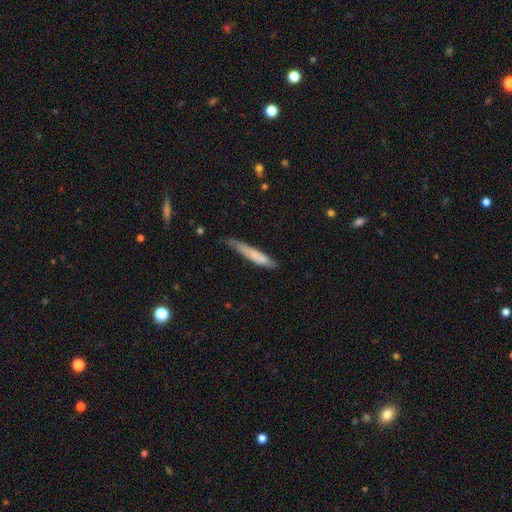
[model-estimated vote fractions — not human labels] This appears to be a smooth galaxy with no disk features (68%) that is cigar-shaped (90%). Merging: none (54%).